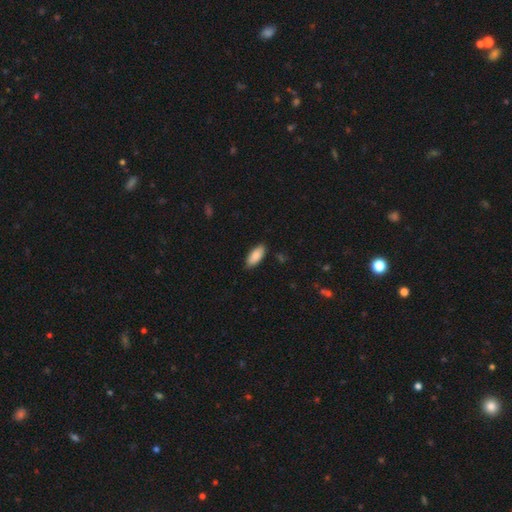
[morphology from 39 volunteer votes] This appears to be a smooth galaxy with no disk features (92%) that is in between round and cigar-shaped (83%). Merging: none (92%).